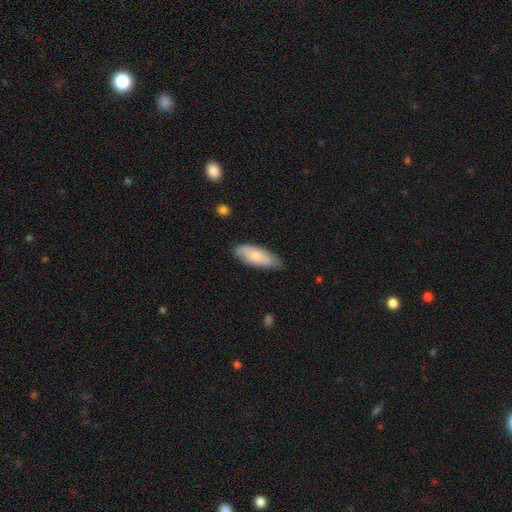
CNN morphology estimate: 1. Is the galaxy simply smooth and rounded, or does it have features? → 78% smooth, 17% featured or disk, 6% star or artifact.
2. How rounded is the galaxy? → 75% in between, 23% cigar-shaped, 2% round.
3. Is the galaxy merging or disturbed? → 67% none, 27% minor disturbance, 4% major disturbance, 1% merger.